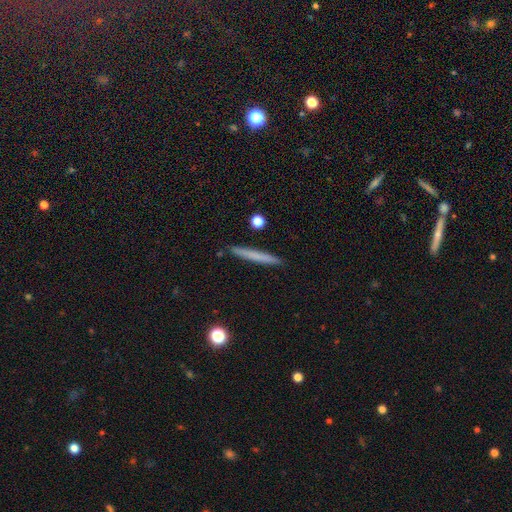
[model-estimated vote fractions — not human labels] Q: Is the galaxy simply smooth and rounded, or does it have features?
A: smooth — 66%.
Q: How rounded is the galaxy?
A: cigar-shaped — 96%.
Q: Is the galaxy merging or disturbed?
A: none — 91%.